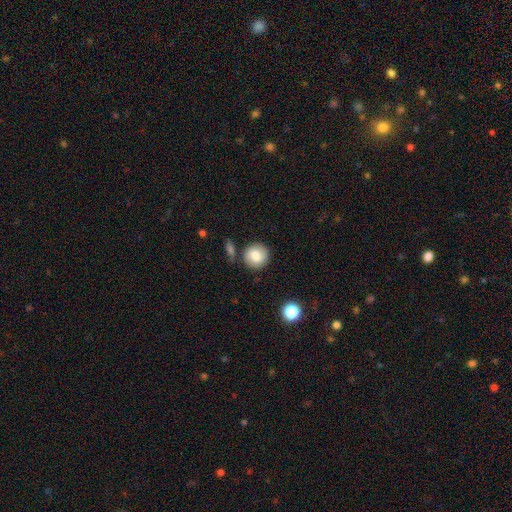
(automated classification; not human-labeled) Morphology: type=smooth (80%); roundness=round (91%); merging=none (81%).